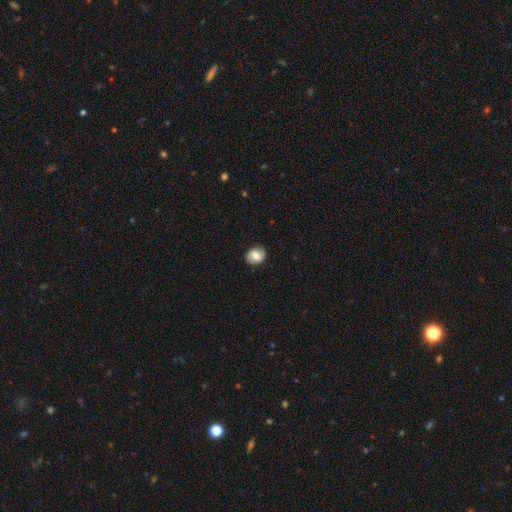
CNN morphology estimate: A smooth galaxy with no disk features (59%) that is round (56%). Merging: none (87%).